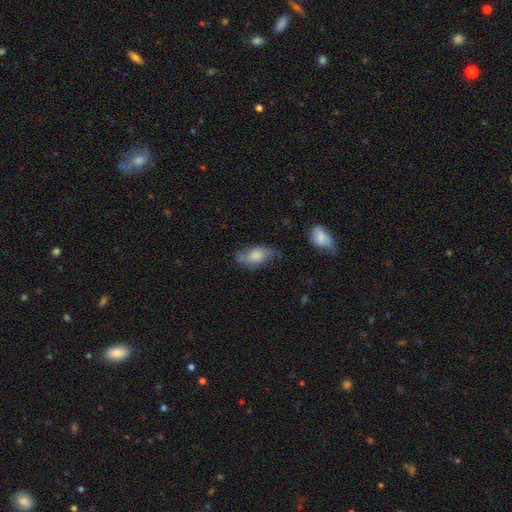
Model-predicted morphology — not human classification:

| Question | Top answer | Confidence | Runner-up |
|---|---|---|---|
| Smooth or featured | smooth | 69% | featured or disk (24%) |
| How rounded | in between | 89% | cigar-shaped (7%) |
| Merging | none | 56% | minor disturbance (31%) |